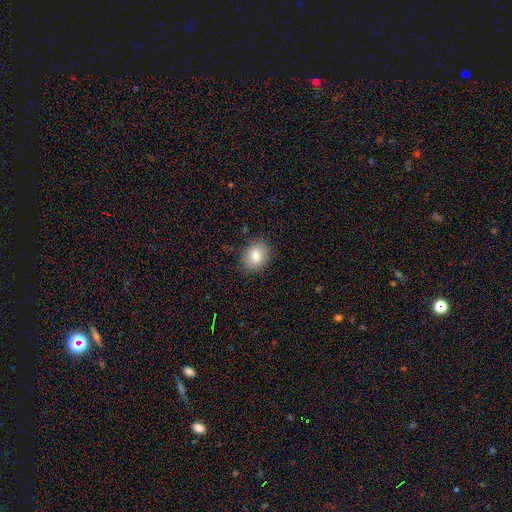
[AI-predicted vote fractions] Overall: smooth (80%). How rounded: round (53%; in between 46%). Merging: none (85%).